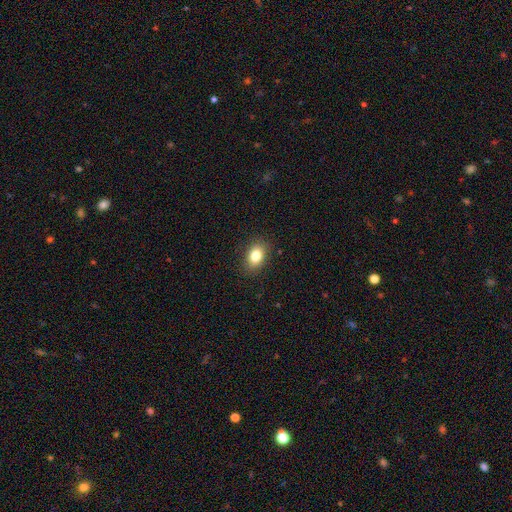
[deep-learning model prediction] Smooth or featured: smooth — 82% (star or artifact — 9%)
How rounded: in between — 78% (round — 21%)
Merging: none — 87% (minor disturbance — 10%)